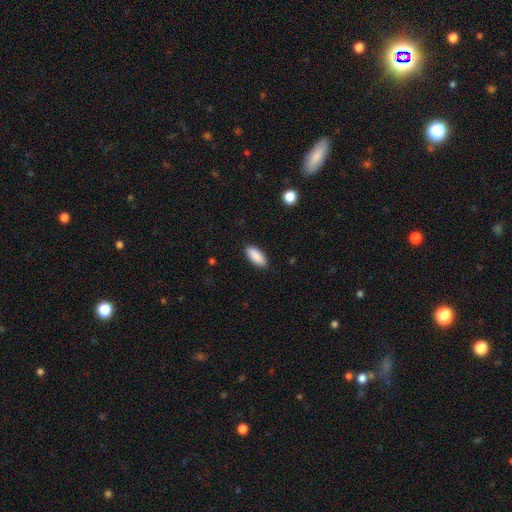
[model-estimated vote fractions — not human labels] This is clearly a smooth galaxy (90%). How rounded: clearly in between (81%). Merging: clearly none (88%).